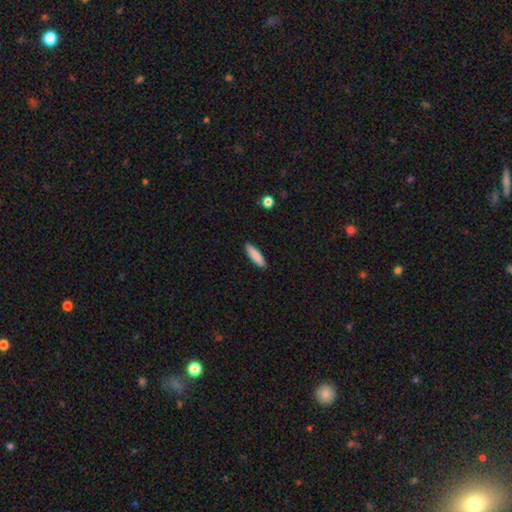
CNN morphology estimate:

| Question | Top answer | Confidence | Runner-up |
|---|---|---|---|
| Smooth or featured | smooth | 86% | featured or disk (8%) |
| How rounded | cigar-shaped | 71% | in between (28%) |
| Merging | none | 90% | minor disturbance (7%) |